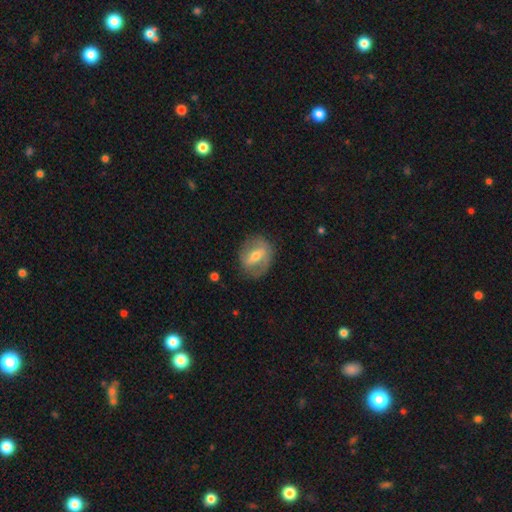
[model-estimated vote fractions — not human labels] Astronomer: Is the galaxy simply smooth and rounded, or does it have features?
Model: featured or disk — 61%.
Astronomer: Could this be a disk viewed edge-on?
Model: no — 91%.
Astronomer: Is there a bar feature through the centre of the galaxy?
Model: strong — 49% (runner-up: weak, 36%).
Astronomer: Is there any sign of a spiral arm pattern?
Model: yes — 51% (runner-up: no, 49%).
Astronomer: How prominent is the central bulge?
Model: moderate — 62%.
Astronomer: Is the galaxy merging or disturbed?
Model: none — 74%.